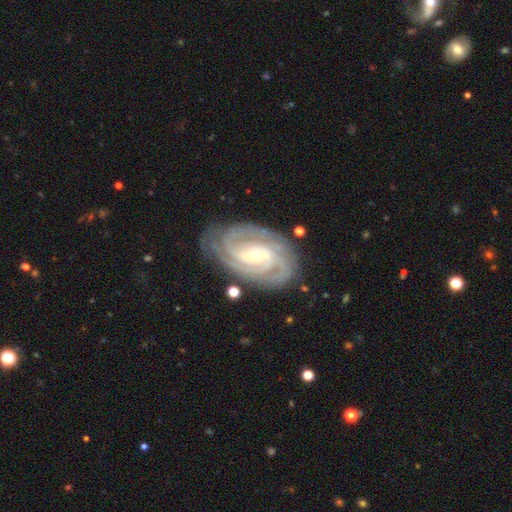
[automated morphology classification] Smooth or featured? featured or disk (92%)
Edge-on disk? no (97%)
Bar? weak (41%)
Spiral arms? yes (98%)
Spiral winding? tight (72%)
Spiral arm count? 3 (37%)
Bulge size? small (53%)
Merging? none (79%)